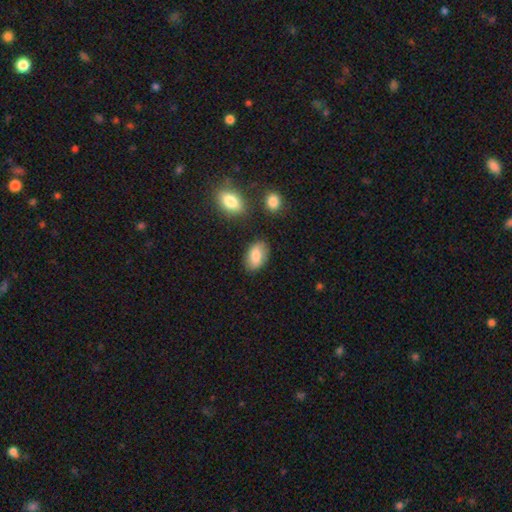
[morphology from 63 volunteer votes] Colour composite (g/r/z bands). It shows a smooth galaxy with no disk features (89%) that is in between round and cigar-shaped (95%). Merging: none (90%).